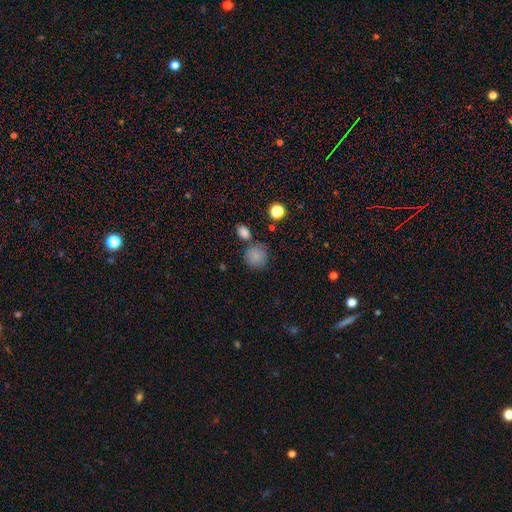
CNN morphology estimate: Overall: smooth (83%). How rounded: round (86%). Merging: none (70%).